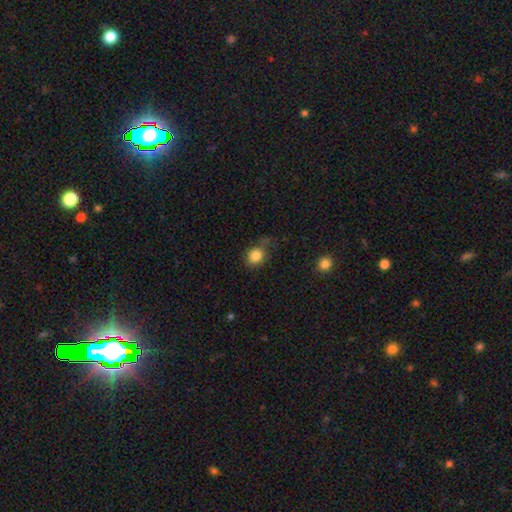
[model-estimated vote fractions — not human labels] smooth 84%, star or artifact 10%, featured or disk 6%. Down the decision tree: how rounded — round (65%); merging — none (66%).